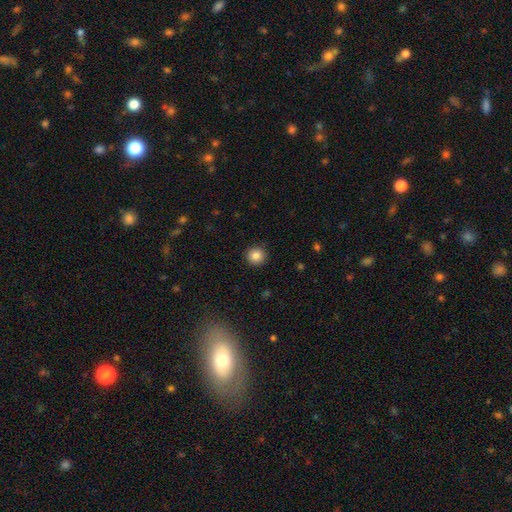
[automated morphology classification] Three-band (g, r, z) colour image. It shows a smooth galaxy with no disk features (84%) that is round (94%). Merging: none (92%).